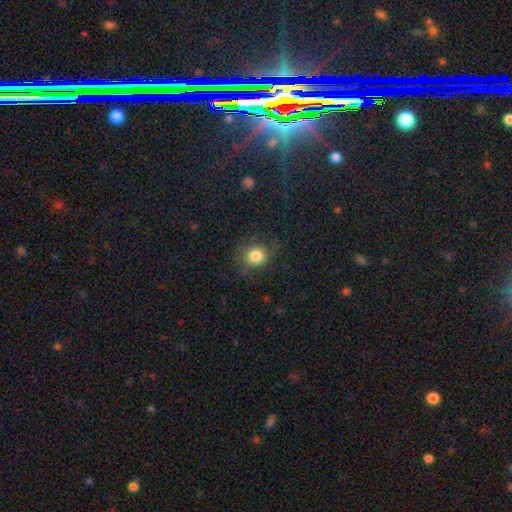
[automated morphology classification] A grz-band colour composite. It shows a smooth galaxy with no disk features (83%) that is round (82%). Merging: none (81%).